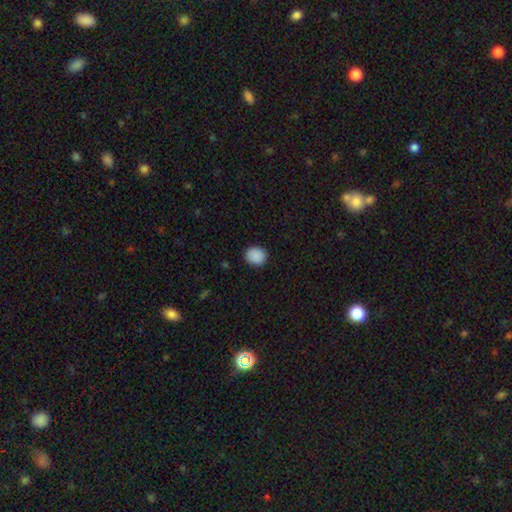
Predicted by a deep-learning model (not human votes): Smooth or featured? Predicted: smooth (p=0.90). How rounded? Predicted: round (p=0.74). Merging? Predicted: none (p=0.90).